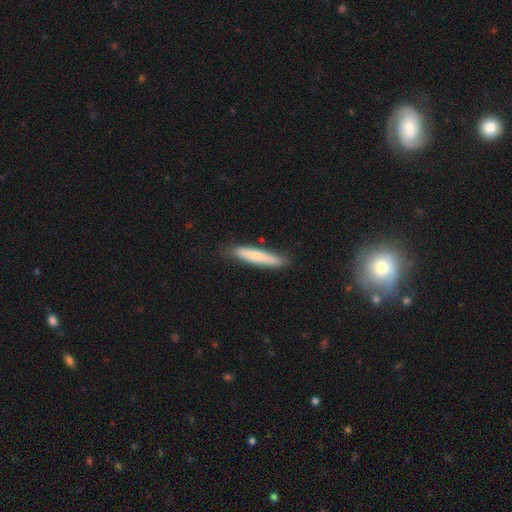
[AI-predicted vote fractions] A smooth galaxy with no disk features (58%) that is cigar-shaped (93%).

Vote fractions:
- Smooth or featured? smooth: 58% / featured or disk: 33% / star or artifact: 9%
- How rounded? cigar-shaped: 93% / in between: 5% / round: 2%
- Merging? none: 83% / minor disturbance: 13% / major disturbance: 3% / merger: 2%